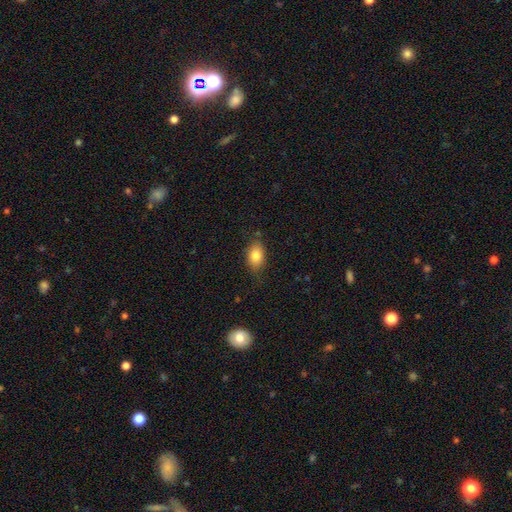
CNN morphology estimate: smooth_or_featured: smooth (p=0.82) [alt: featured or disk p=0.10]
how_rounded: in between (p=0.85) [alt: round p=0.13]
merging: none (p=0.77) [alt: minor disturbance p=0.18]